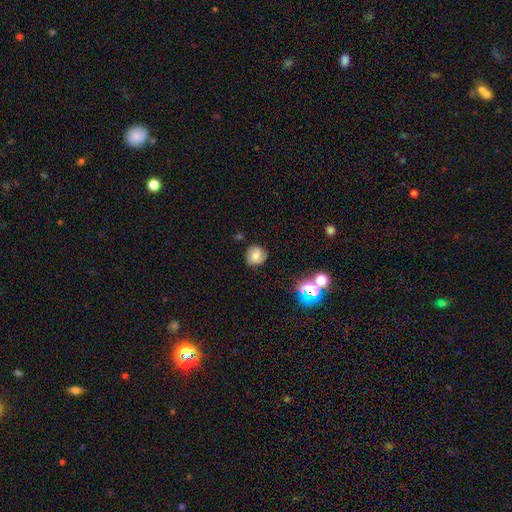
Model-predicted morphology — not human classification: Smooth or featured? smooth (64%)
How rounded? round (88%)
Merging? none (82%)